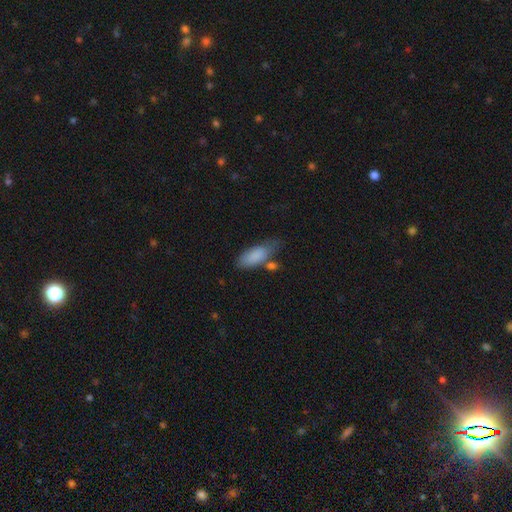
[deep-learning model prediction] Smooth or featured? smooth (84%)
How rounded? in between (80%)
Merging? none (48%)